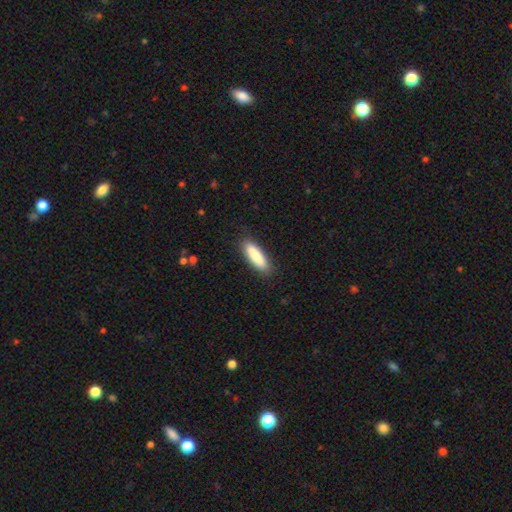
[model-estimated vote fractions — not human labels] Overall: smooth (87%). How rounded: cigar-shaped (62%; in between 36%). Merging: none (88%).